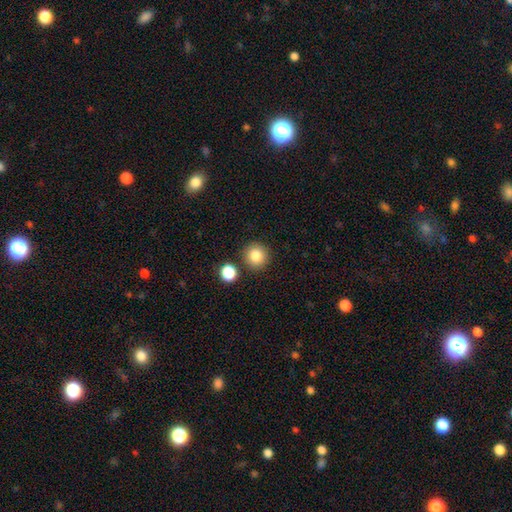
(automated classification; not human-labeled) smooth_or_featured: smooth (p=0.85) [alt: star or artifact p=0.10]
how_rounded: round (p=0.93) [alt: in between p=0.06]
merging: none (p=0.86) [alt: minor disturbance p=0.07]